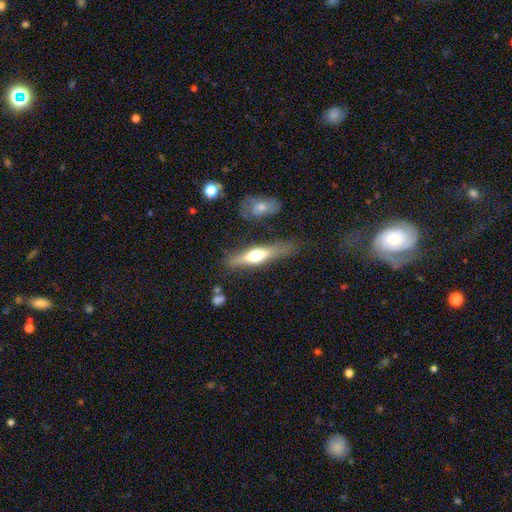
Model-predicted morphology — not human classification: featured or disk 55%, smooth 40%, star or artifact 6%. Down the decision tree: edge-on disk — yes (92%); edge-on bulge — rounded (91%); merging — none (76%).